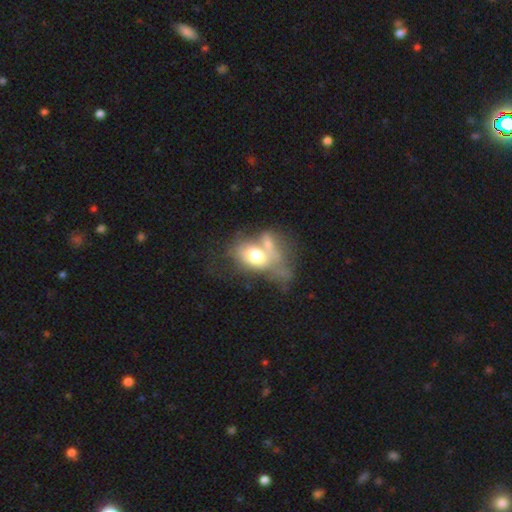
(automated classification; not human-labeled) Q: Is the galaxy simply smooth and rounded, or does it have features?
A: smooth — 59%.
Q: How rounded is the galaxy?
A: in between — 73%.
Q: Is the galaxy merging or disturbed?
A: merger — 46%.